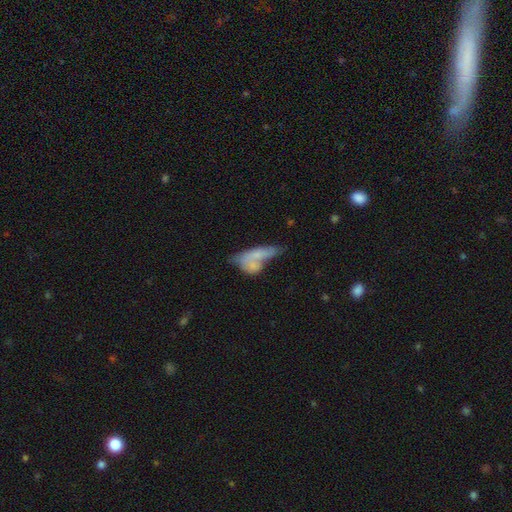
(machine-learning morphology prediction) A smooth galaxy with no disk features (59%) that is in between round and cigar-shaped (63%).

Vote fractions:
- Smooth or featured? smooth: 59% / featured or disk: 31% / star or artifact: 10%
- How rounded? in between: 63% / cigar-shaped: 30% / round: 7%
- Merging? merger: 52% / none: 22% / minor disturbance: 13% / major disturbance: 13%